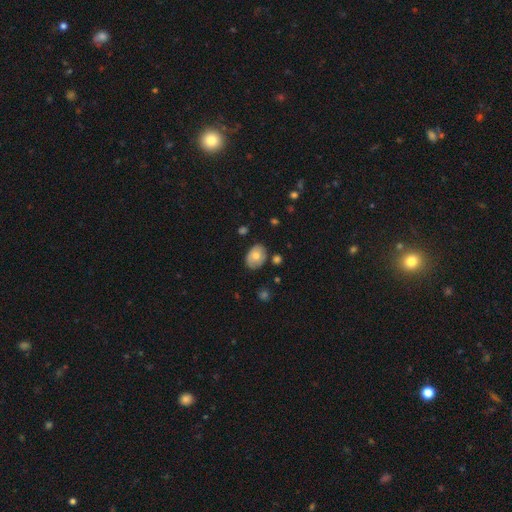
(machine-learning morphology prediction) The model was most divided on "smooth or featured": smooth: 68%, featured or disk: 24%, star or artifact: 8%. More confident: how rounded — in between (77%); merging — none (74%).